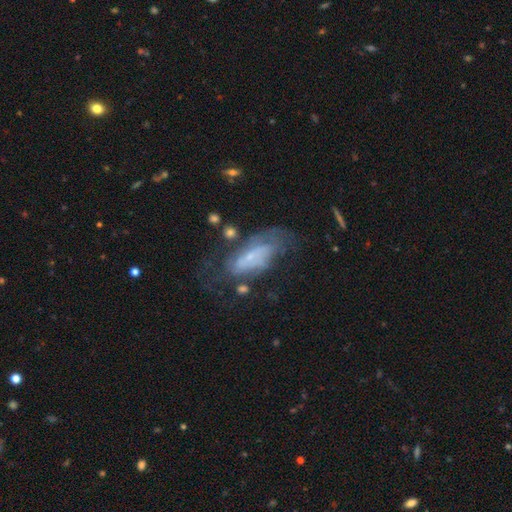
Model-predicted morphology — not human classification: A featured or disk galaxy (57%). Merging: none (46%).